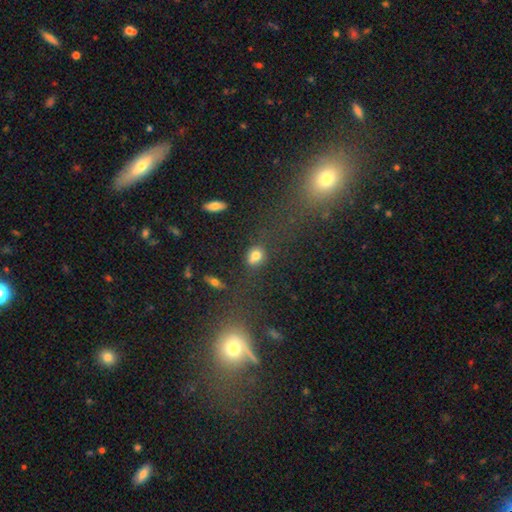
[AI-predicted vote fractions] Q: Smooth or featured?
A: smooth (77%); runner-up: star or artifact (13%)
Q: How rounded?
A: round (50%); runner-up: in between (48%)
Q: Merging?
A: none (64%); runner-up: minor disturbance (17%)